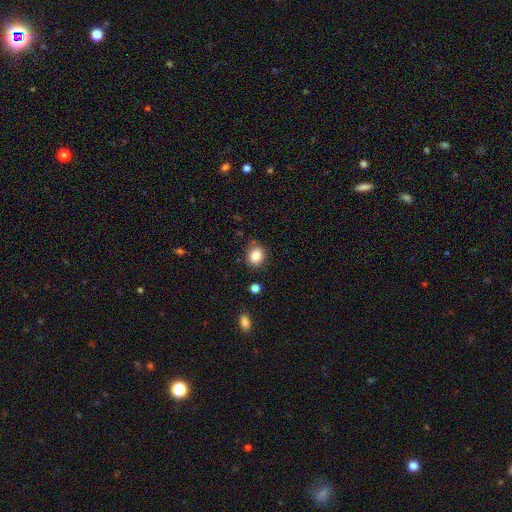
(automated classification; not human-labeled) smooth_or_featured: smooth (p=0.84) [alt: star or artifact p=0.10]
how_rounded: round (p=0.70) [alt: in between p=0.29]
merging: none (p=0.84) [alt: minor disturbance p=0.11]